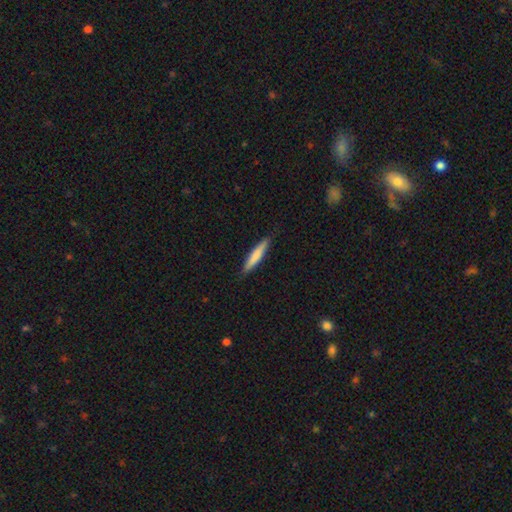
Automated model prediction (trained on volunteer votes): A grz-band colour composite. It shows a smooth galaxy with no disk features (73%) that is cigar-shaped (90%). Merging: none (88%).